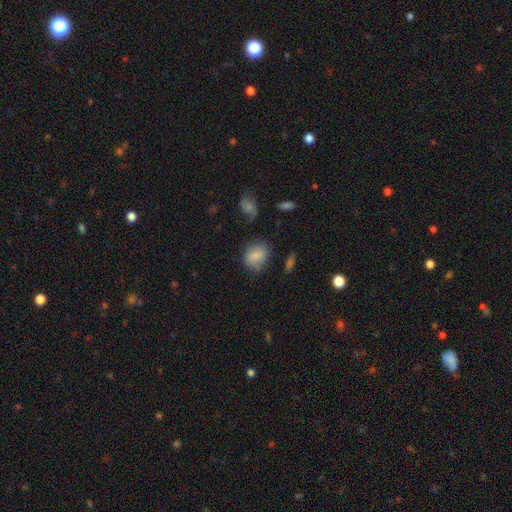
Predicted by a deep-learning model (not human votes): Q: Smooth or featured?
A: smooth (81%); runner-up: featured or disk (10%)
Q: How rounded?
A: in between (57%); runner-up: round (42%)
Q: Merging?
A: none (65%); runner-up: minor disturbance (24%)